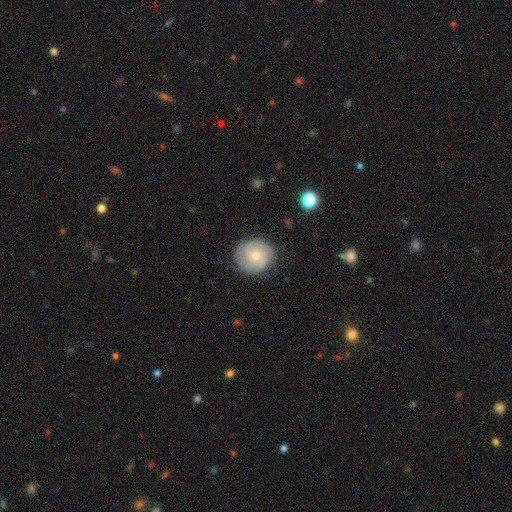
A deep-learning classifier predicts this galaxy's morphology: smooth-or-featured: featured or disk: 78% | smooth: 16% | star or artifact: 6%
  disk-edge-on: no: 98% | yes: 2%
    bar: no: 75% | weak: 22% | strong: 3%
    has-spiral-arms: yes: 96% | no: 4%
      spiral-winding: tight: 70% | medium: 26% | loose: 5%
      spiral-arm-count: 3: 40% | 2: 22% | can't tell: 18% | 4: 10% | 1: 5% | more than 4: 5%
    bulge-size: small: 64% | moderate: 32% | none: 2% | large: 1% | dominant: 1%
  merging: none: 83% | minor disturbance: 13% | major disturbance: 3% | merger: 1%